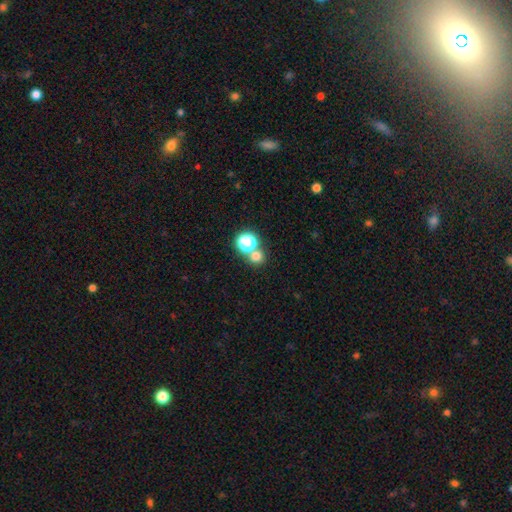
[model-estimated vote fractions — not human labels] The model was most divided on "merging": none: 60%, merger: 30%, minor disturbance: 6%, major disturbance: 3%. More confident: how rounded — round (88%); smooth or featured — smooth (71%).